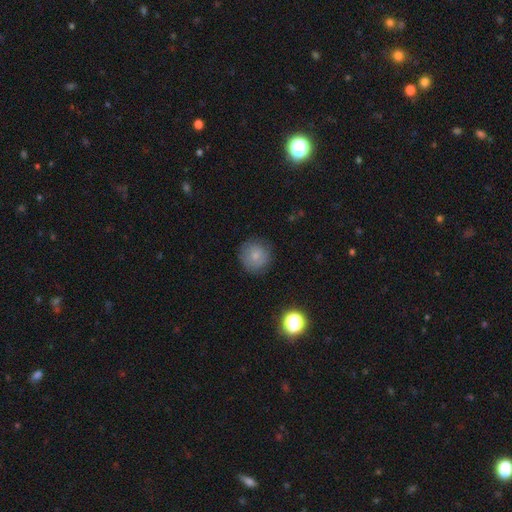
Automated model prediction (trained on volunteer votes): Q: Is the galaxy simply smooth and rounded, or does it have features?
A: smooth — 75%.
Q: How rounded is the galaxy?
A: round — 93%.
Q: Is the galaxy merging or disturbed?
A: none — 82%.